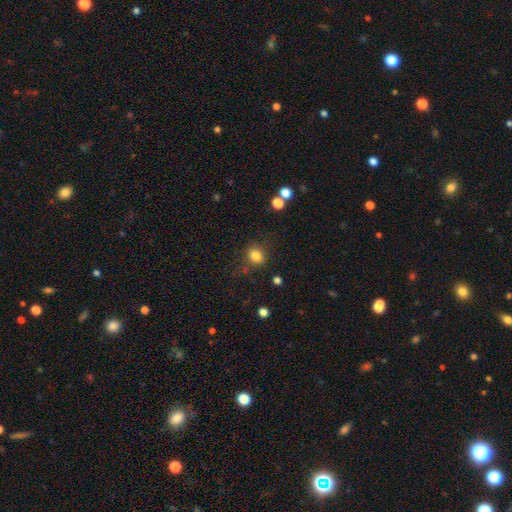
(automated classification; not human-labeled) Smooth or featured? Predicted: smooth (p=0.81). How rounded? Predicted: round (p=0.64). Merging? Predicted: none (p=0.78).